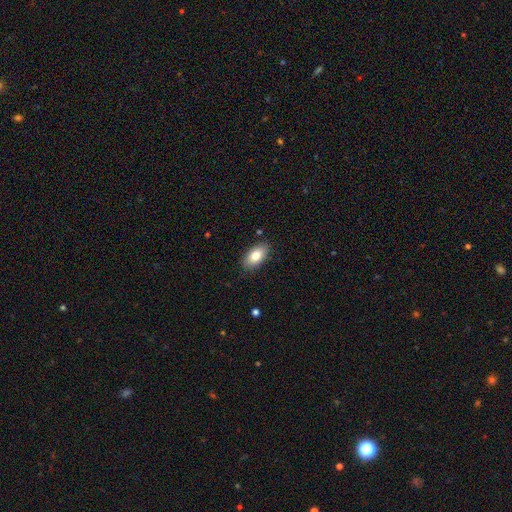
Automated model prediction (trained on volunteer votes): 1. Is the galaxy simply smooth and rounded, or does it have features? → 81% smooth, 12% featured or disk, 7% star or artifact.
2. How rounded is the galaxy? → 93% in between, 4% round, 3% cigar-shaped.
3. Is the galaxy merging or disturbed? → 86% none, 10% minor disturbance, 2% major disturbance, 1% merger.